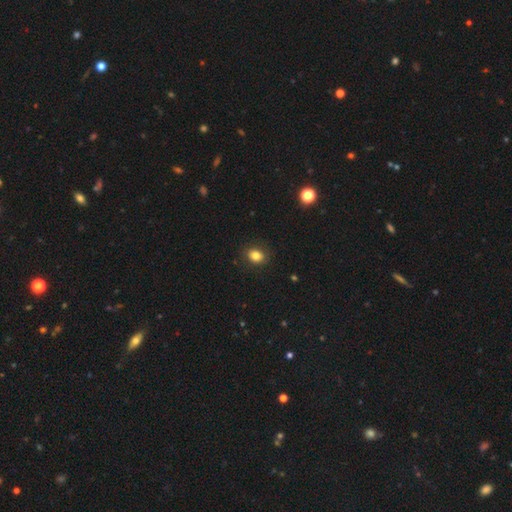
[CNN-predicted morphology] Overall: smooth (82%). How rounded: round (52%; in between 47%). Merging: none (87%).